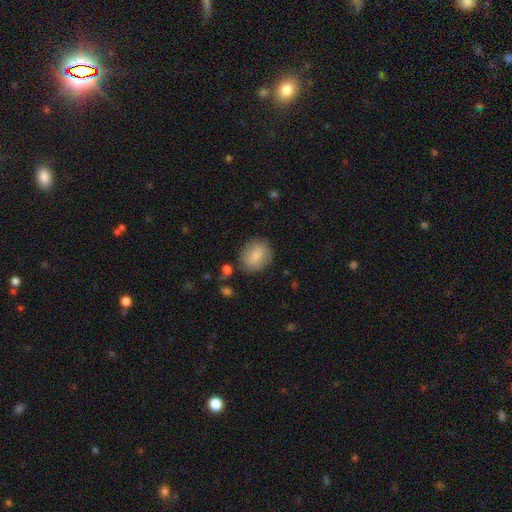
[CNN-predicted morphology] smooth 78%, featured or disk 15%, star or artifact 7%. Down the decision tree: how rounded — round (75%); merging — none (85%).